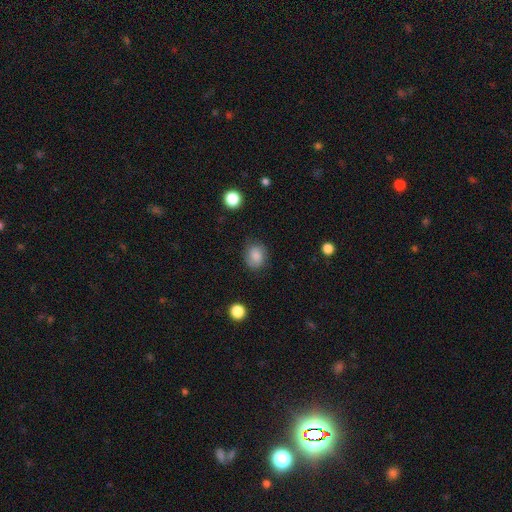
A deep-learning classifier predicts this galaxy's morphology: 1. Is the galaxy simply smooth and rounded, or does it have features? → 80% smooth, 11% featured or disk, 9% star or artifact.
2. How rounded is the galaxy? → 57% round, 42% in between, 1% cigar-shaped.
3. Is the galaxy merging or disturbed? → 76% none, 17% minor disturbance, 5% major disturbance, 1% merger.